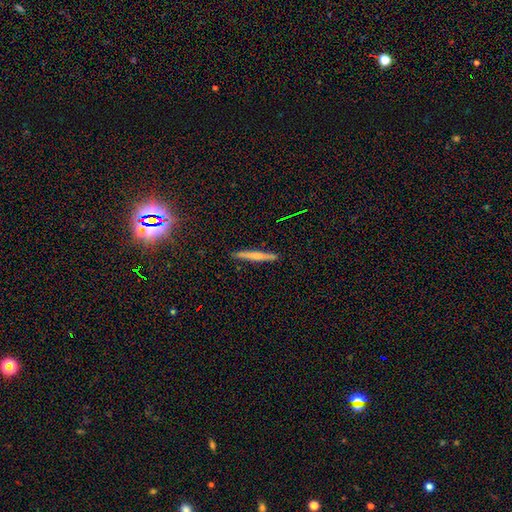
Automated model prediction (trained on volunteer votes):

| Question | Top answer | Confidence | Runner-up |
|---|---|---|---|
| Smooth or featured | smooth | 51% | featured or disk (41%) |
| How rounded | cigar-shaped | 95% | in between (3%) |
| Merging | none | 91% | minor disturbance (6%) |